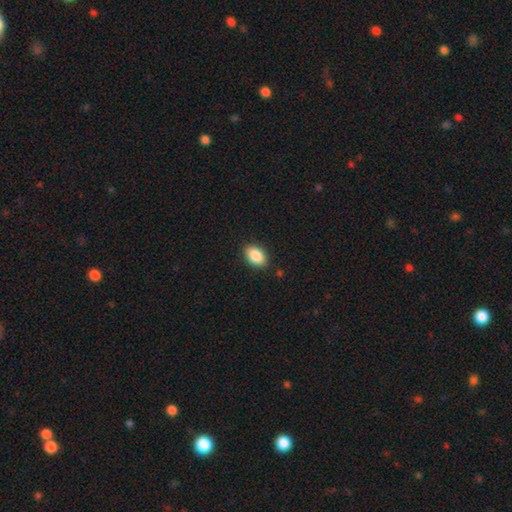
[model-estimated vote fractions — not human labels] smooth 88%, star or artifact 7%, featured or disk 5%. Down the decision tree: how rounded — in between (89%); merging — none (87%).